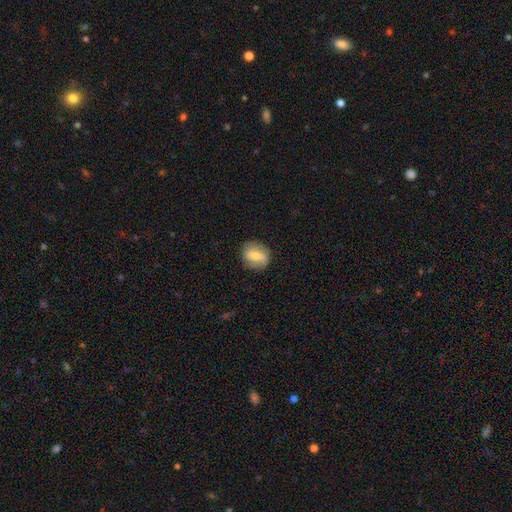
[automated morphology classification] This appears to be a smooth galaxy with no disk features (54%) that is round (59%). Merging: none (80%).